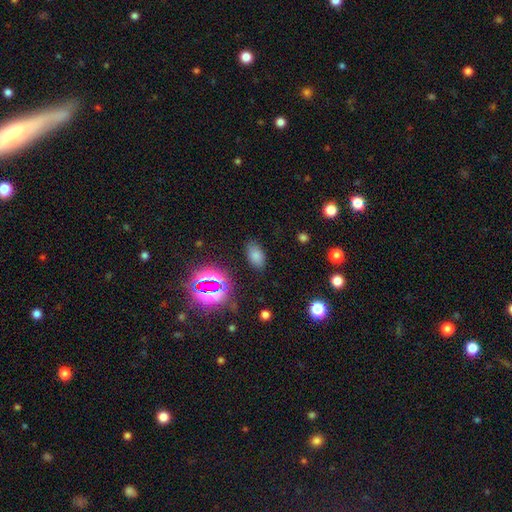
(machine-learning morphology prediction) Overall: smooth (70%). How rounded: in between (91%). Merging: none (83%).